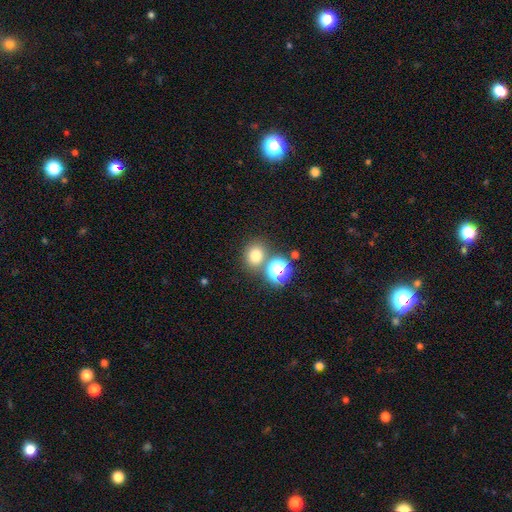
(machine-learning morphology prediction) smooth 71%, star or artifact 21%, featured or disk 8%. Down the decision tree: how rounded — round (74%); merging — none (69%).